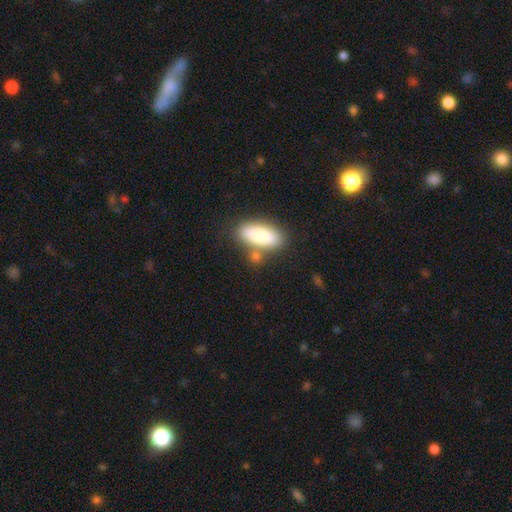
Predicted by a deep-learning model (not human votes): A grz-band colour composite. It shows a smooth galaxy with no disk features (79%) that is in between round and cigar-shaped (84%). Merging: none (68%).